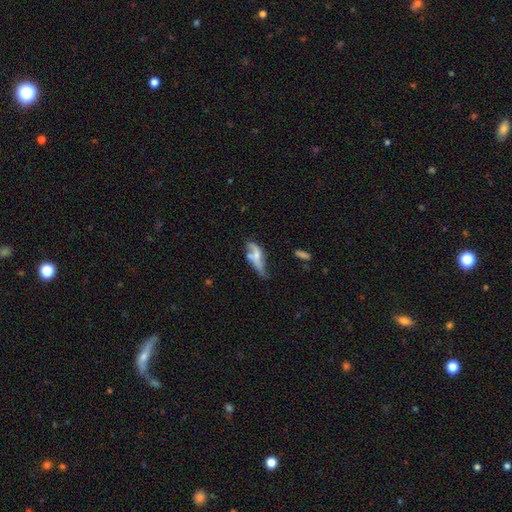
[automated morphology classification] Smooth or featured? featured or disk (46%, tied with smooth)
Merging? none (29%, tied with minor disturbance)